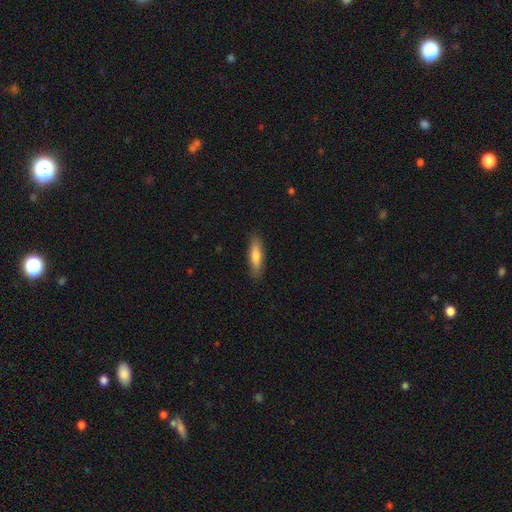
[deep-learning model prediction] smooth_or_featured: smooth (p=0.73) [alt: featured or disk p=0.21]
how_rounded: cigar-shaped (p=0.64) [alt: in between p=0.34]
merging: none (p=0.87) [alt: minor disturbance p=0.09]